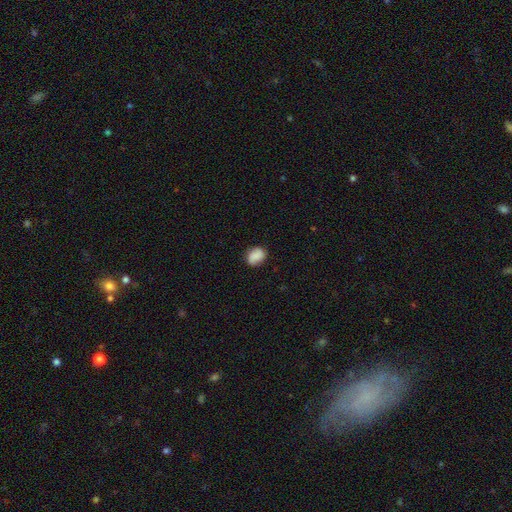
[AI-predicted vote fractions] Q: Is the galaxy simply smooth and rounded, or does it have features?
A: smooth — 78%.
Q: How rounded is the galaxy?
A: in between — 59%.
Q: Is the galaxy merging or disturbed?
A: none — 75%.